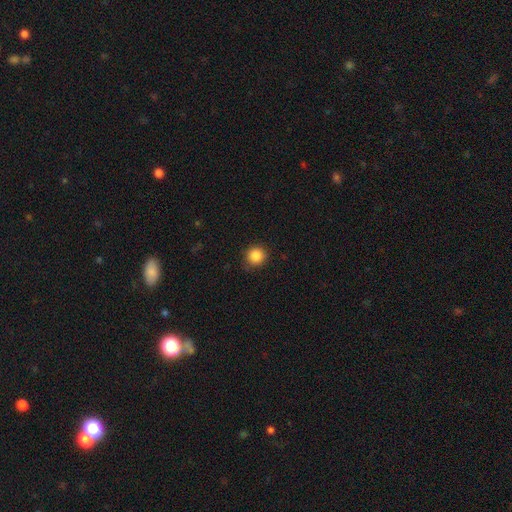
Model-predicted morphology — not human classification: The model was most divided on "smooth or featured": smooth: 86%, star or artifact: 10%, featured or disk: 4%. More confident: how rounded — round (91%); merging — none (86%).